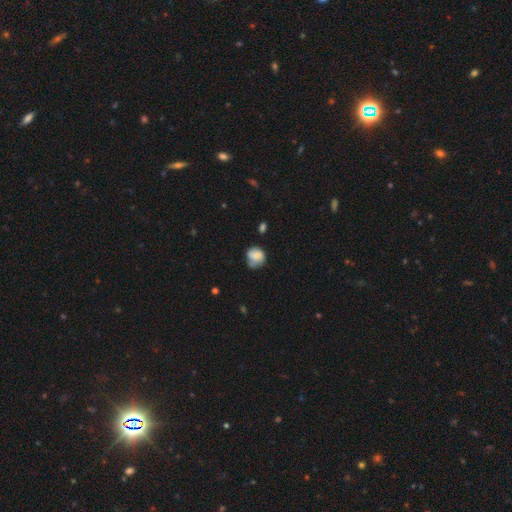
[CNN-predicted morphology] A smooth galaxy with no disk features (73%) that is round (74%). Merging: none (48%).